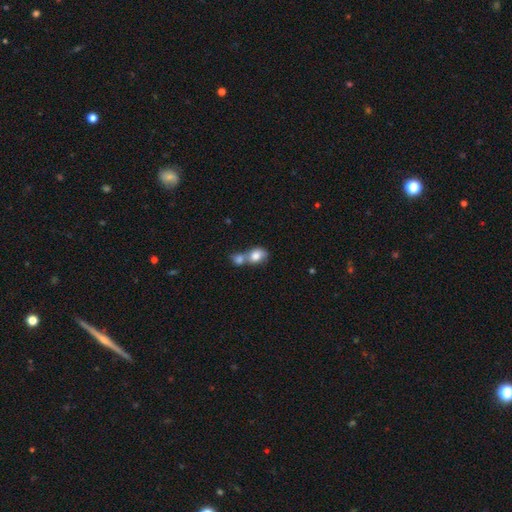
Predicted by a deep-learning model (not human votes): smooth_or_featured: smooth (p=0.79) [alt: featured or disk p=0.14]
how_rounded: in between (p=0.57) [alt: round p=0.41]
merging: merger (p=0.73) [alt: none p=0.17]